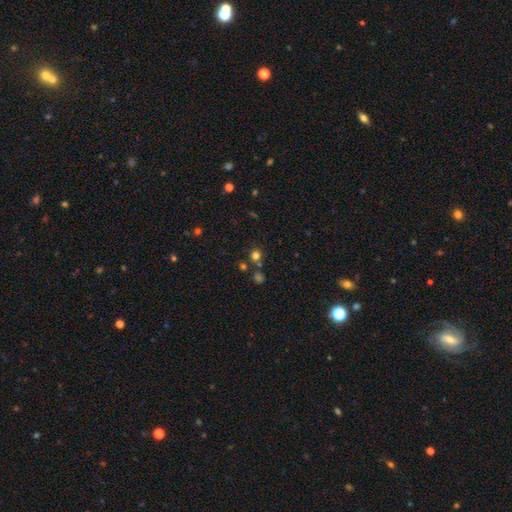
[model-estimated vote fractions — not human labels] Smooth or featured? Predicted: smooth (p=0.69). How rounded? Predicted: round (p=0.90). Merging? Predicted: none (p=0.75).